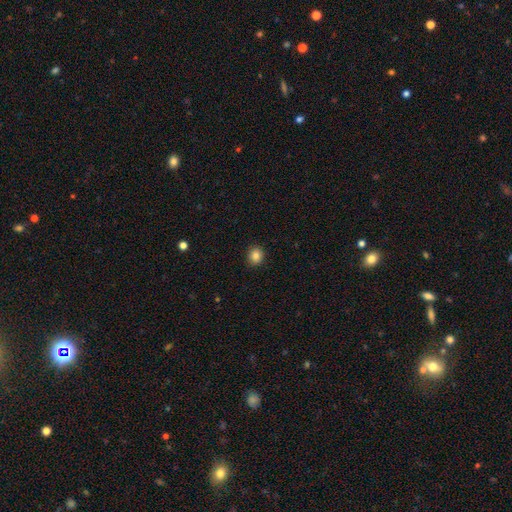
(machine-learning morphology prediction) Q: Smooth or featured?
A: smooth (84%); runner-up: star or artifact (11%)
Q: How rounded?
A: round (76%); runner-up: in between (23%)
Q: Merging?
A: none (91%); runner-up: minor disturbance (6%)